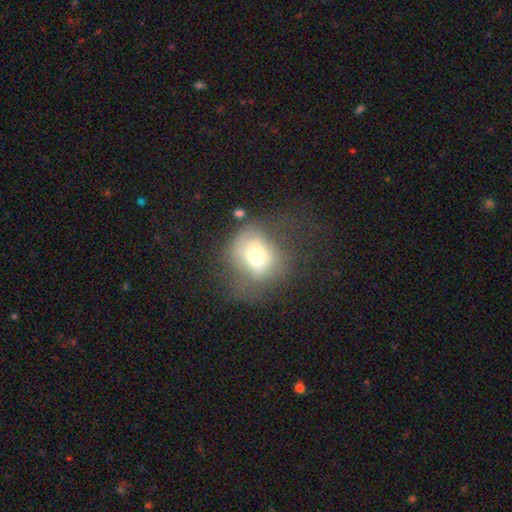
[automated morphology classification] The model was most divided on "merging": major disturbance: 37%, none: 33%, minor disturbance: 25%, merger: 5%. More confident: how rounded — round (57%); smooth or featured — smooth (57%).